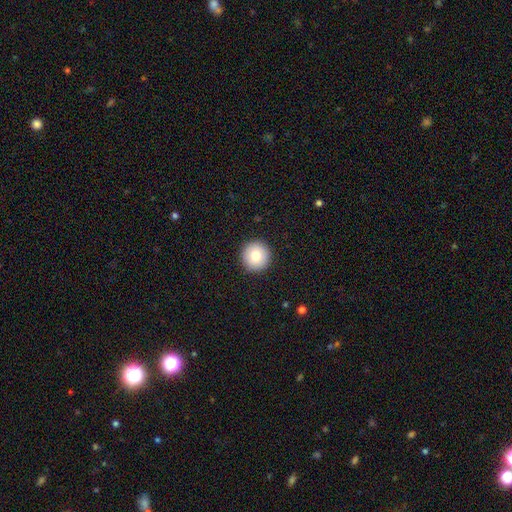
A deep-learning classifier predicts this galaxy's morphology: Smooth or featured: smooth — 78% (featured or disk — 13%)
How rounded: round — 97% (in between — 3%)
Merging: none — 93% (minor disturbance — 5%)